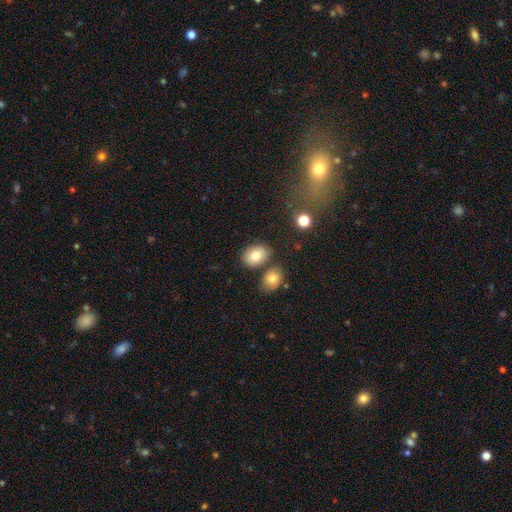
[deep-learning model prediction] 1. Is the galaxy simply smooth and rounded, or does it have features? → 80% smooth, 11% featured or disk, 9% star or artifact.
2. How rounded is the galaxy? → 70% in between, 29% round, 1% cigar-shaped.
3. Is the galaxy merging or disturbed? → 73% none, 13% merger, 11% minor disturbance, 3% major disturbance.